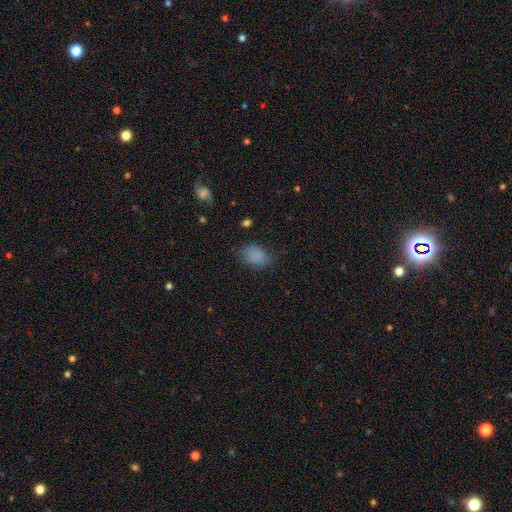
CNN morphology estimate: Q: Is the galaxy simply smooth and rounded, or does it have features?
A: smooth — 84%.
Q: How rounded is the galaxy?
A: in between — 74%.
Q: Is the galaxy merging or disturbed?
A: none — 70%.